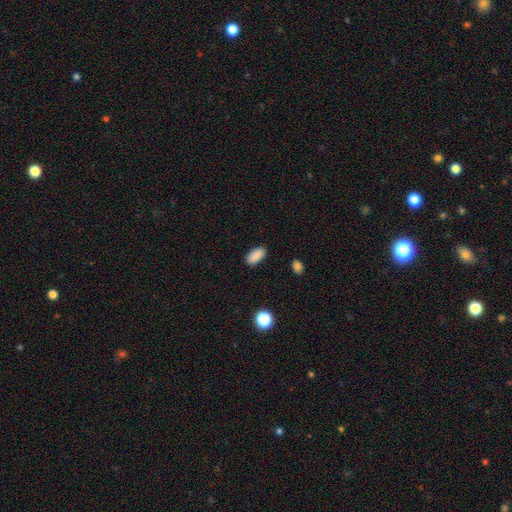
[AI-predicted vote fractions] Q: Smooth or featured?
A: smooth (89%); runner-up: star or artifact (8%)
Q: How rounded?
A: in between (92%); runner-up: cigar-shaped (4%)
Q: Merging?
A: none (87%); runner-up: minor disturbance (9%)